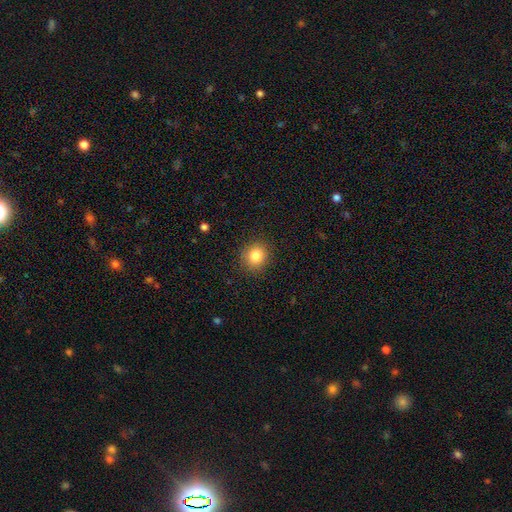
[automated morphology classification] Q: Smooth or featured?
A: smooth (84%); runner-up: star or artifact (11%)
Q: How rounded?
A: round (84%); runner-up: in between (15%)
Q: Merging?
A: none (89%); runner-up: minor disturbance (8%)